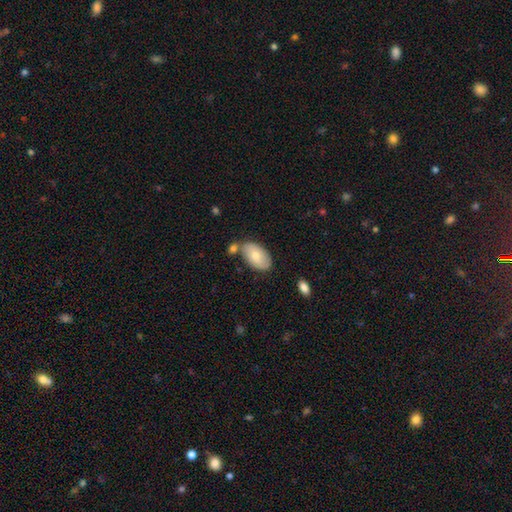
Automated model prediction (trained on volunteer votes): Smooth or featured? Predicted: smooth (p=0.70). How rounded? Predicted: in between (p=0.94). Merging? Predicted: none (p=0.61).